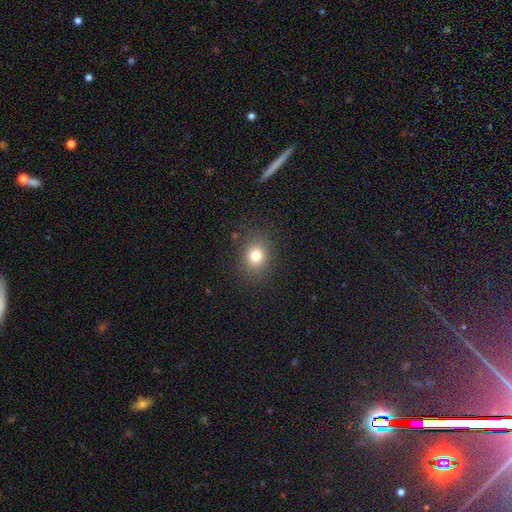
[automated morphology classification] smooth-or-featured: smooth: 78% | star or artifact: 14% | featured or disk: 8%
  how-rounded: round: 65% | in between: 34% | cigar-shaped: 1%
  merging: none: 86% | minor disturbance: 9% | major disturbance: 4% | merger: 1%